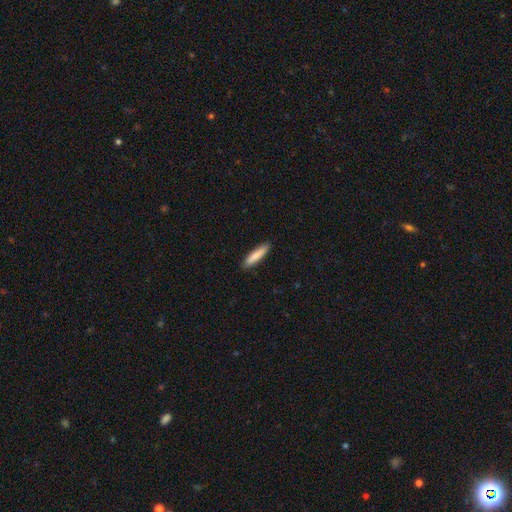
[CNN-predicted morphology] Smooth or featured: smooth — 83% (featured or disk — 11%)
How rounded: cigar-shaped — 84% (in between — 15%)
Merging: none — 90% (minor disturbance — 8%)